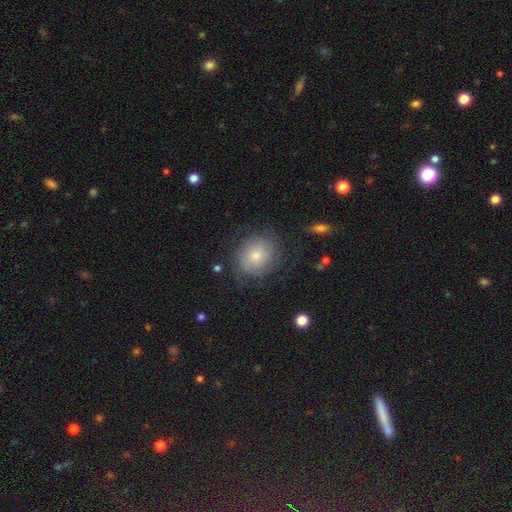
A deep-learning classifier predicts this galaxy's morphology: This appears to be a smooth galaxy with no disk features (53%) that is round (75%). Merging: none (67%).